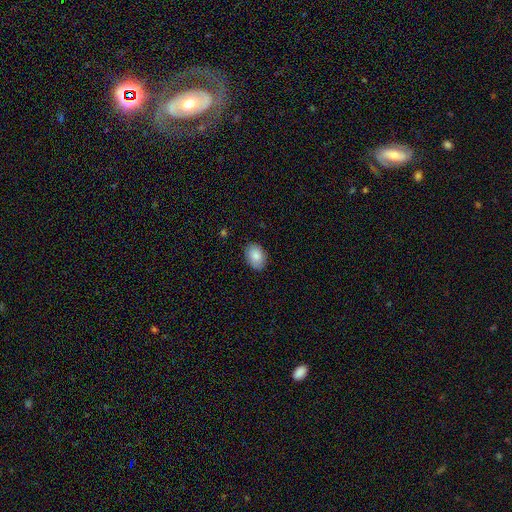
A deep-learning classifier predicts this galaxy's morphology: This is clearly a smooth galaxy (86%). How rounded: likely in between (78%). Merging: clearly none (86%).